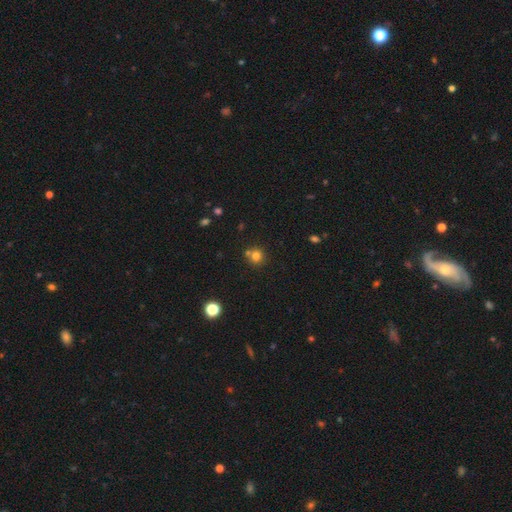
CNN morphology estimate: Smooth or featured? Predicted: smooth (p=0.77). How rounded? Predicted: round (p=0.91). Merging? Predicted: none (p=0.69).